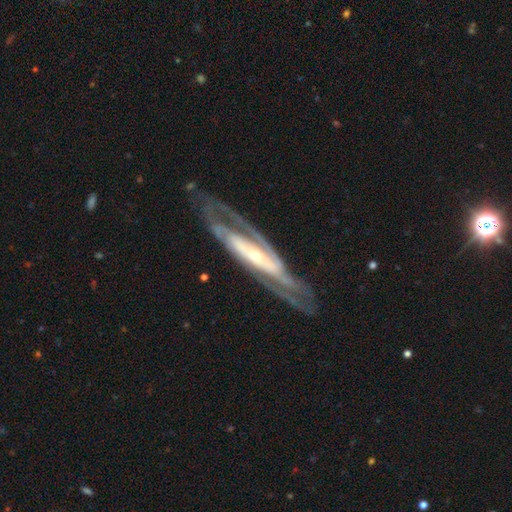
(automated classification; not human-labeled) The model was most divided on "spiral winding": tight: 48%, medium: 41%, loose: 11%. Remaining: spiral arms — yes (95%); smooth or featured — featured or disk (89%); edge-on disk — no (80%); merging — none (73%); spiral arm count — 2 (69%); bulge size — small (66%); bar — strong (43%).